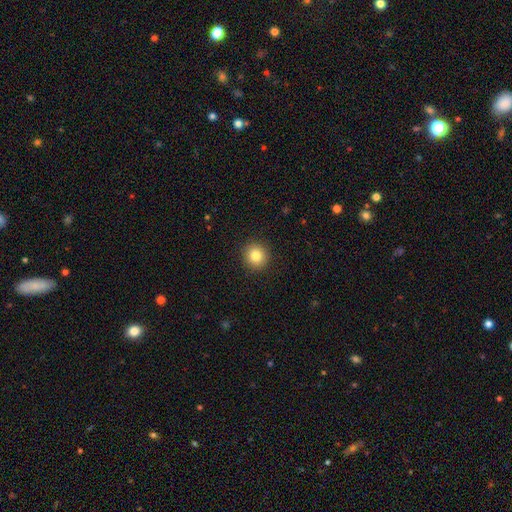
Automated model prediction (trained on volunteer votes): Q: Smooth or featured?
A: smooth (83%); runner-up: star or artifact (11%)
Q: How rounded?
A: round (92%); runner-up: in between (7%)
Q: Merging?
A: none (92%); runner-up: minor disturbance (5%)